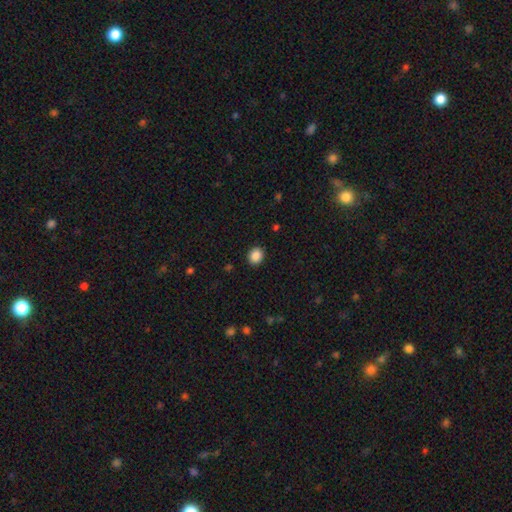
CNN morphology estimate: Overall: smooth (87%). How rounded: round (70%). Merging: none (91%).